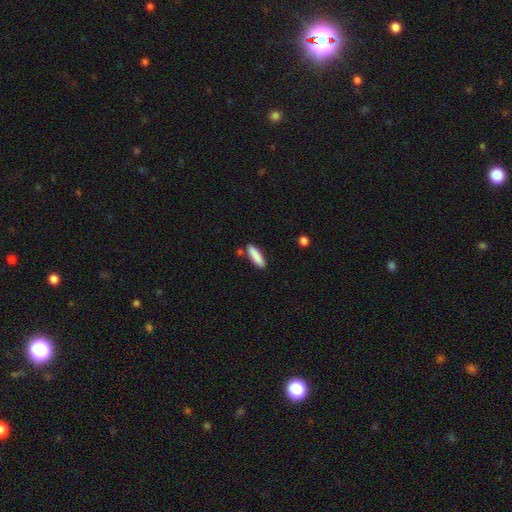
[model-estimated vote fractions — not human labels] Smooth or featured?
  - smooth: 87% *
  - featured or disk: 7%
  - star or artifact: 6%
How rounded?
  - cigar-shaped: 66% *
  - in between: 33%
  - round: 1%
Merging?
  - none: 81% *
  - minor disturbance: 11%
  - merger: 5%
  - major disturbance: 2%